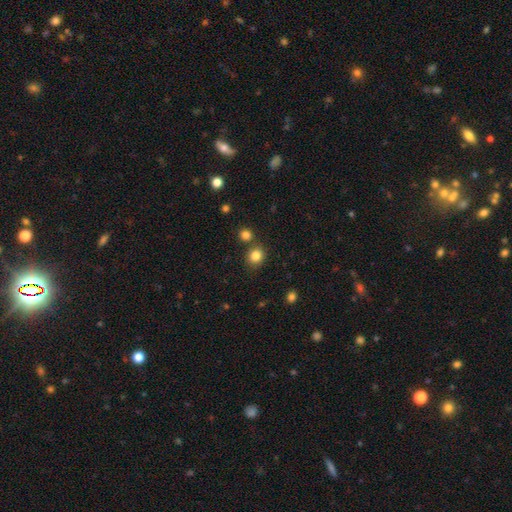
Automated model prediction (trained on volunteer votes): smooth_or_featured: smooth (p=0.84) [alt: star or artifact p=0.11]
how_rounded: round (p=0.77) [alt: in between p=0.22]
merging: none (p=0.75) [alt: merger p=0.12]